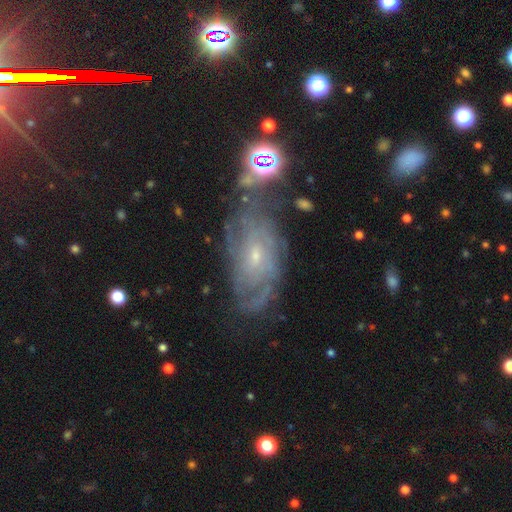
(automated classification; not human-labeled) Smooth or featured: featured or disk — 75% (star or artifact — 14%)
Edge-on disk: no — 92% (yes — 8%)
Bar: no — 69% (weak — 25%)
Spiral arms: yes — 93% (no — 7%)
Spiral winding: tight — 68% (medium — 25%)
Spiral arm count: can't tell — 47% (2 — 16%)
Bulge size: small — 73% (moderate — 23%)
Merging: none — 70% (minor disturbance — 19%)